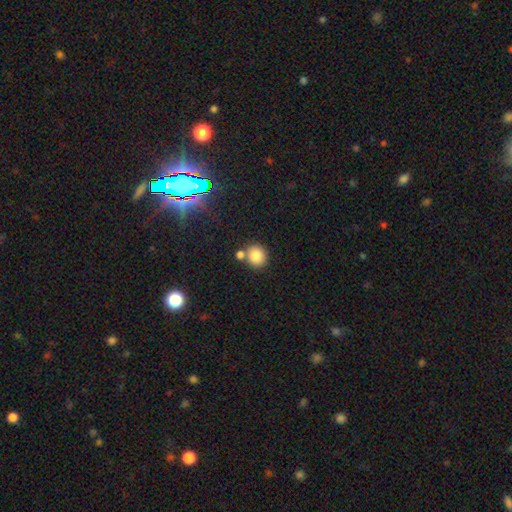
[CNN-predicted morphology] Smooth or featured: smooth — 83% (star or artifact — 10%)
How rounded: round — 85% (in between — 14%)
Merging: none — 65% (merger — 22%)